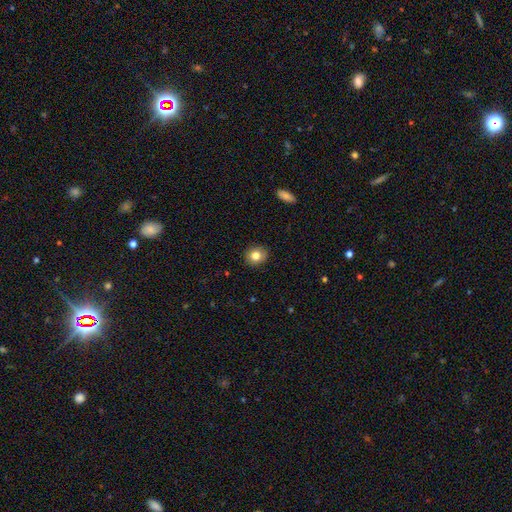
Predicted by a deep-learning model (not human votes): smooth_or_featured: smooth (p=0.81) [alt: star or artifact p=0.10]
how_rounded: round (p=0.82) [alt: in between p=0.17]
merging: none (p=0.90) [alt: minor disturbance p=0.07]